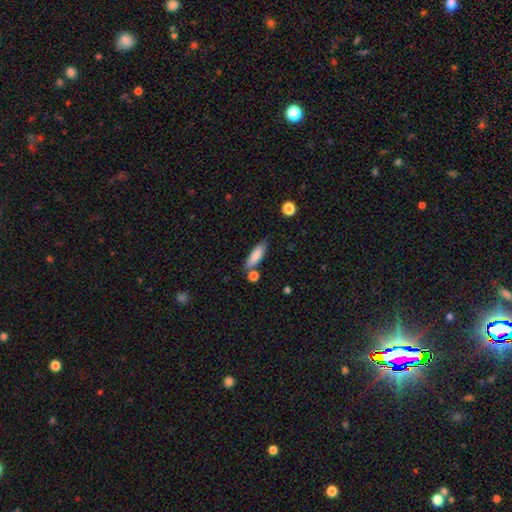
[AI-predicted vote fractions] A smooth galaxy with no disk features (82%) that is cigar-shaped (51%). Merging: none (72%).